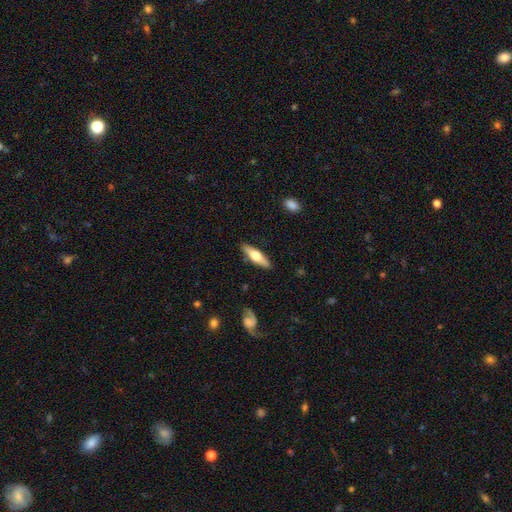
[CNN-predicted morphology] A smooth galaxy with no disk features (51%) that is cigar-shaped (60%). Merging: none (88%).